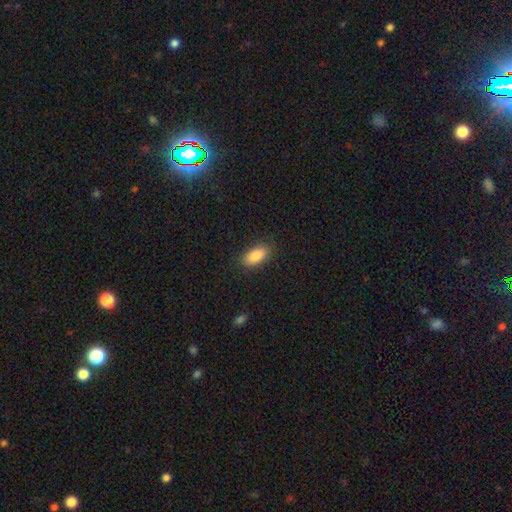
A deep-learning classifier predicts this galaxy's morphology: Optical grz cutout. It shows a smooth galaxy with no disk features (87%) that is in between round and cigar-shaped (89%). Merging: none (86%).